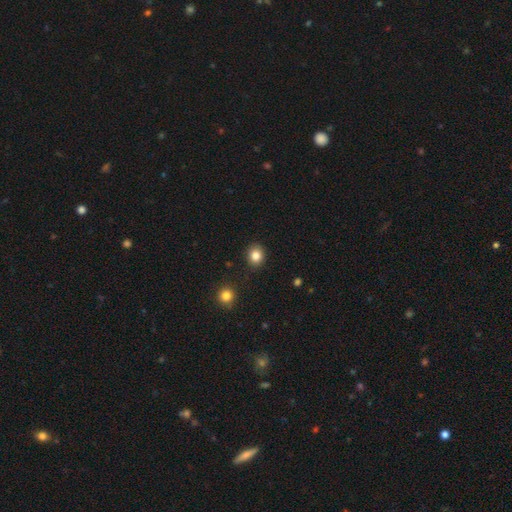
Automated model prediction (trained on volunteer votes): Smooth or featured? smooth (84%)
How rounded? round (70%)
Merging? none (87%)